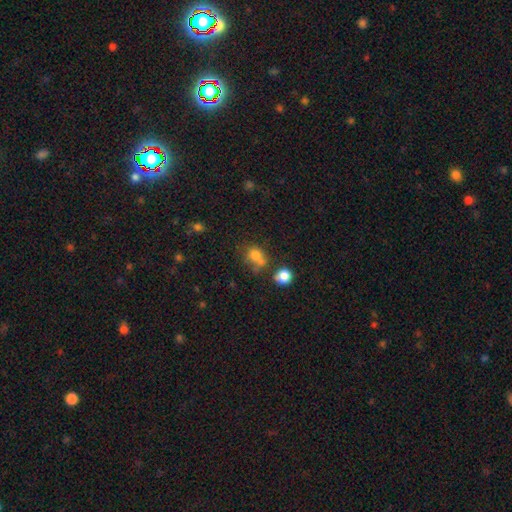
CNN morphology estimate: A smooth galaxy with no disk features (73%) that is round (63%). Merging: none (41%).